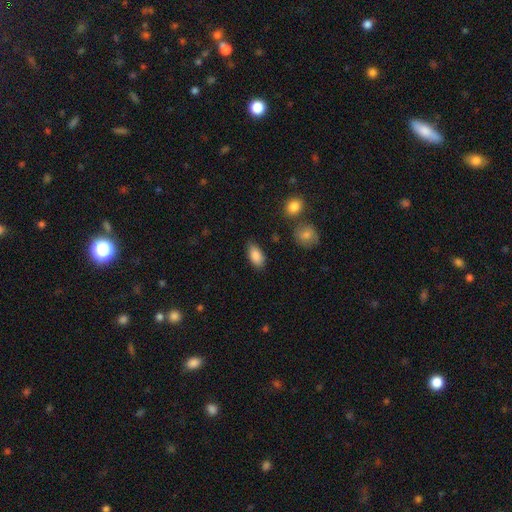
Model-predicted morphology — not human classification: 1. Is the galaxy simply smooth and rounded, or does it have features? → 86% smooth, 7% star or artifact, 7% featured or disk.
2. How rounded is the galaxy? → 92% in between, 5% cigar-shaped, 4% round.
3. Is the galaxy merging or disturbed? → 80% none, 15% minor disturbance, 3% major disturbance, 2% merger.